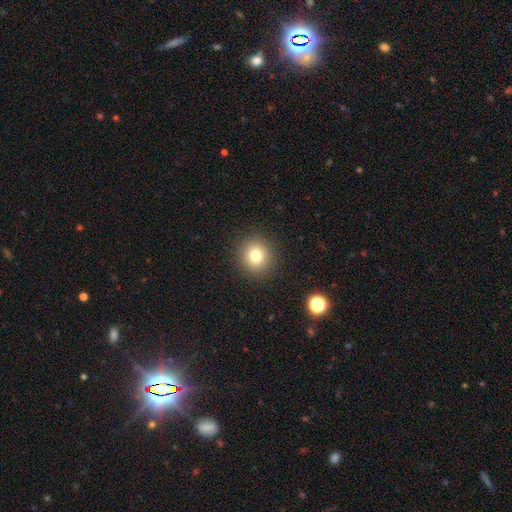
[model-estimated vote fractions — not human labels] Morphology: type=smooth (79%); roundness=round (90%); merging=none (91%).